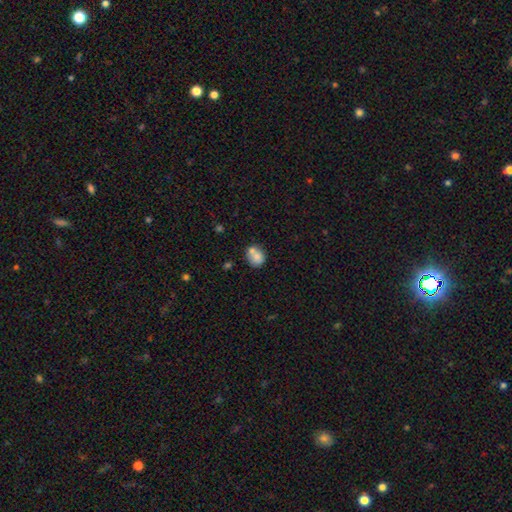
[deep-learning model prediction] smooth_or_featured: smooth (p=0.71) [alt: featured or disk p=0.20]
how_rounded: round (p=0.67) [alt: in between p=0.32]
merging: none (p=0.42) [alt: merger p=0.41]